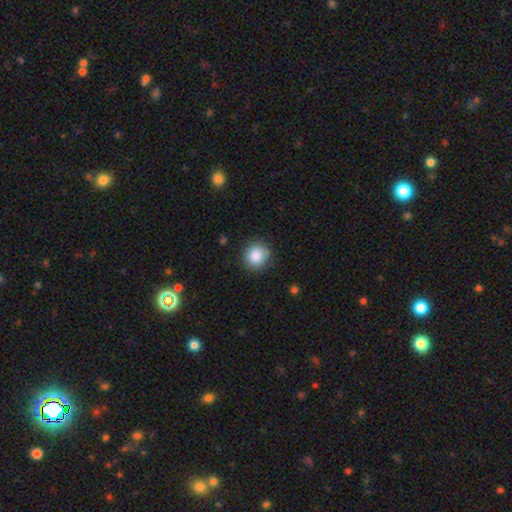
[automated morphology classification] Smooth or featured: smooth — 85% (star or artifact — 9%)
How rounded: round — 92% (in between — 7%)
Merging: none — 87% (minor disturbance — 9%)